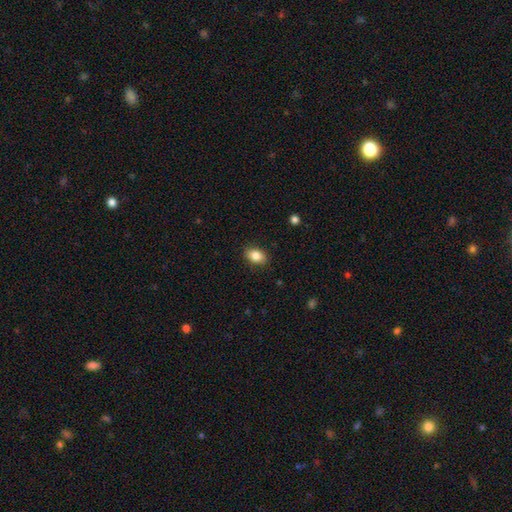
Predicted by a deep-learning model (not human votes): smooth-or-featured: smooth: 85% | star or artifact: 8% | featured or disk: 7%
  how-rounded: in between: 81% | round: 18% | cigar-shaped: 1%
  merging: none: 87% | minor disturbance: 9% | major disturbance: 2% | merger: 1%